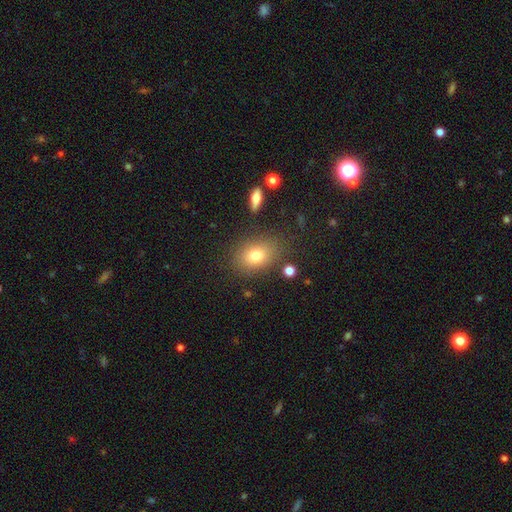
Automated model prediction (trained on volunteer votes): smooth_or_featured: smooth (p=0.77) [alt: star or artifact p=0.12]
how_rounded: in between (p=0.70) [alt: round p=0.28]
merging: none (p=0.79) [alt: minor disturbance p=0.13]